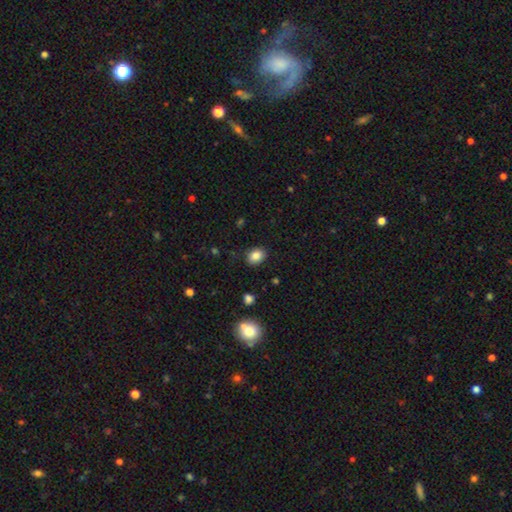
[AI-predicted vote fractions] Overall: smooth (85%). How rounded: in between (62%; round 37%). Merging: none (86%).